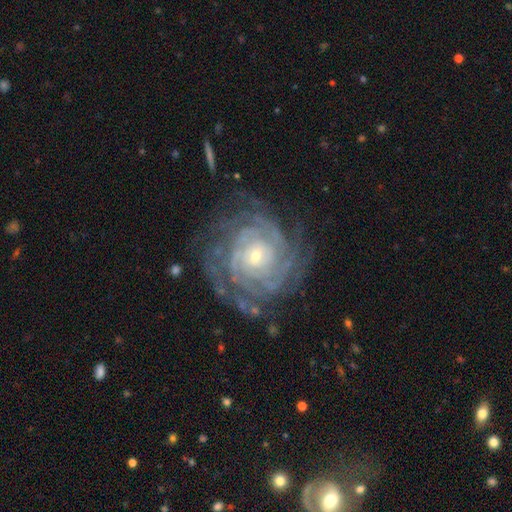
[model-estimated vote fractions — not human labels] Morphology: type=featured or disk (89%); edge-on=no (97%); bar=no (68%); spiral arms=yes (98%); winding=tight (82%); arm count=can't tell (26%); bulge=small (69%); merging=none (76%).